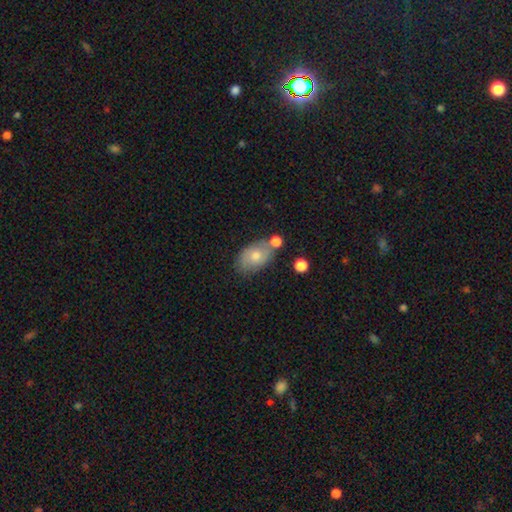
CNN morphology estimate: This appears to be a smooth galaxy with no disk features (65%) that is in between round and cigar-shaped (85%). Merging: none (64%).